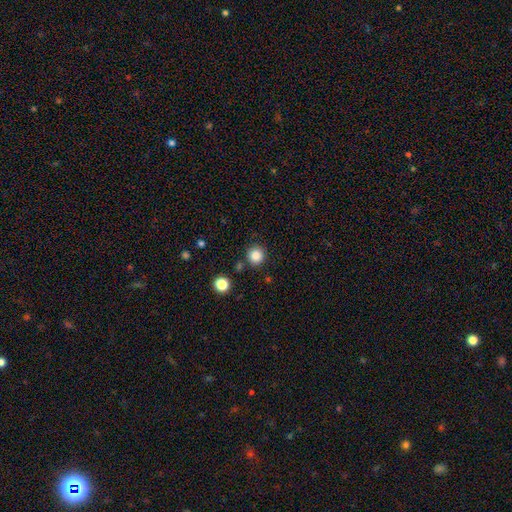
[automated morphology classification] smooth 85%, star or artifact 11%, featured or disk 3%. Down the decision tree: how rounded — round (94%); merging — none (86%).